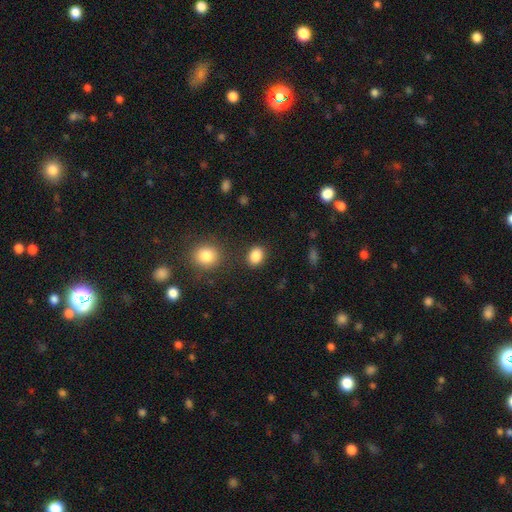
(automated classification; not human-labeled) Overall: smooth (87%). How rounded: in between (63%; round 36%). Merging: none (83%).